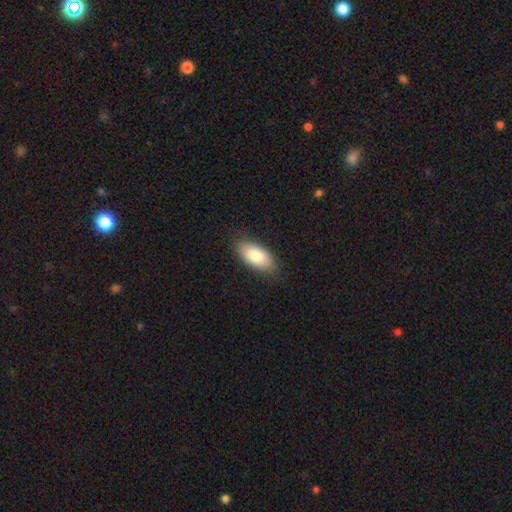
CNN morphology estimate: type=smooth (82%); roundness=in between (91%); merging=none (83%).